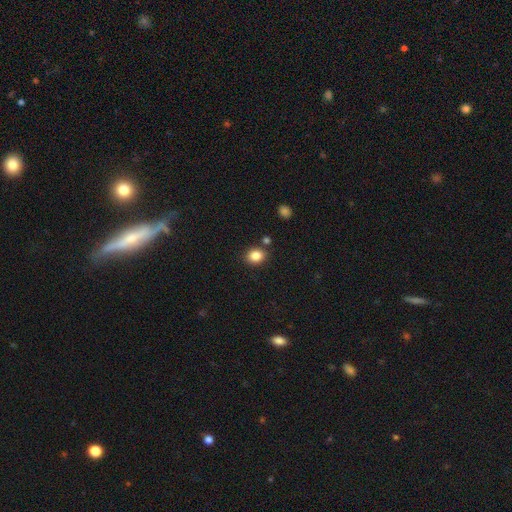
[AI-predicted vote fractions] Smooth or featured: smooth — 85% (star or artifact — 10%)
How rounded: round — 50% (in between — 49%)
Merging: none — 81% (minor disturbance — 10%)